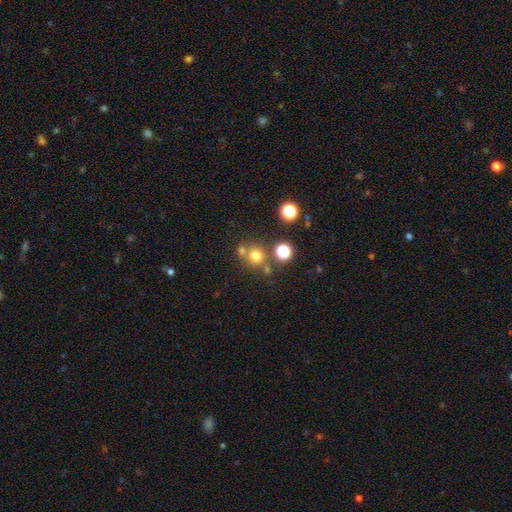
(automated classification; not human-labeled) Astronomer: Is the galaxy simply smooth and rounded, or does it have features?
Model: smooth — 70%.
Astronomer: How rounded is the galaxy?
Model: round — 89%.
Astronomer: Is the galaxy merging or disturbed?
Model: none — 66%.